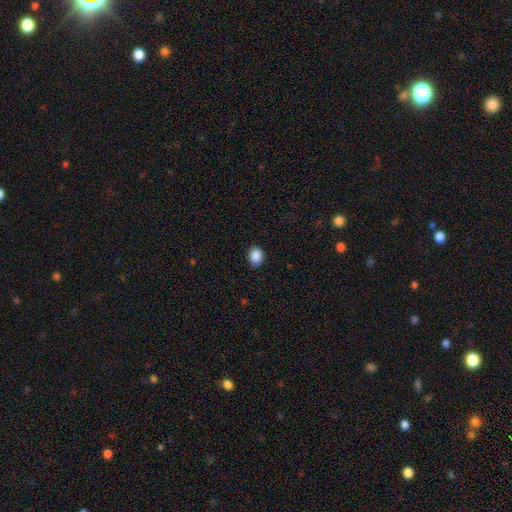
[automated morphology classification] type=smooth (89%); roundness=in between (51%); merging=none (87%).